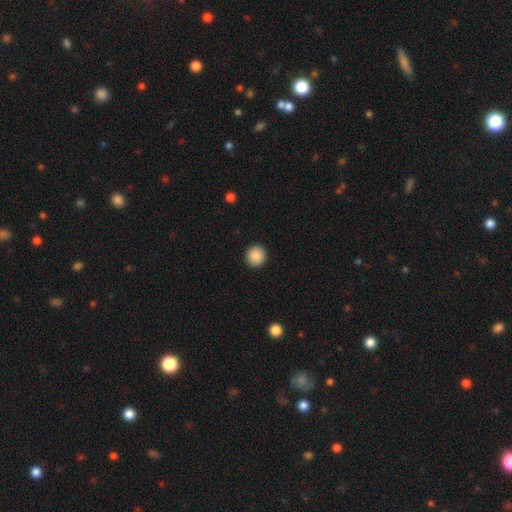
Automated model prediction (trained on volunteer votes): This is clearly a smooth galaxy (89%). How rounded: clearly round (94%). Merging: clearly none (93%).